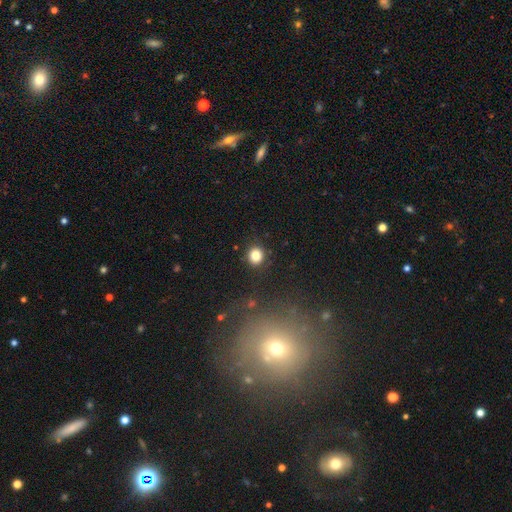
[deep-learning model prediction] Q: Smooth or featured?
A: smooth (83%); runner-up: star or artifact (12%)
Q: How rounded?
A: round (84%); runner-up: in between (15%)
Q: Merging?
A: none (89%); runner-up: minor disturbance (7%)